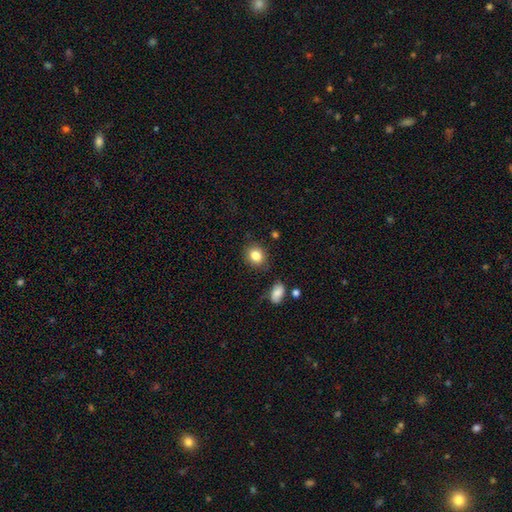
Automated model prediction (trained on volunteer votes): Q: Smooth or featured?
A: smooth (84%); runner-up: star or artifact (9%)
Q: How rounded?
A: round (66%); runner-up: in between (33%)
Q: Merging?
A: none (83%); runner-up: minor disturbance (11%)